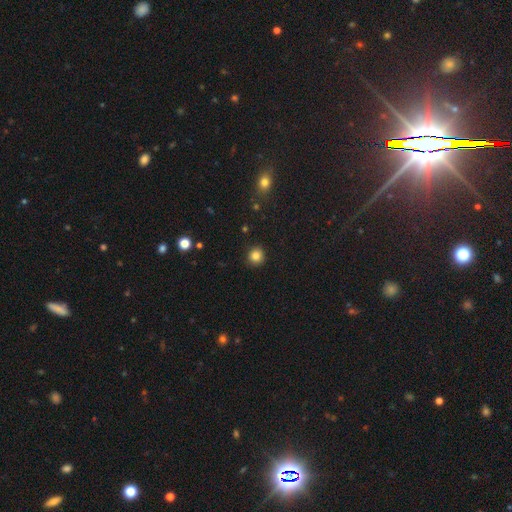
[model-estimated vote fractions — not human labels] Smooth or featured? Predicted: smooth (p=0.84). How rounded? Predicted: round (p=0.91). Merging? Predicted: none (p=0.91).